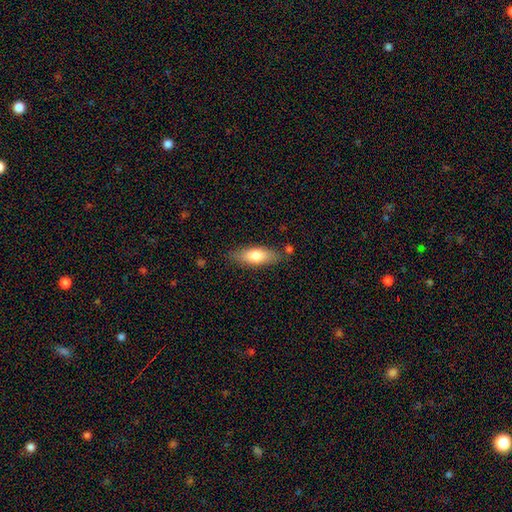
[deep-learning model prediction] smooth-or-featured: smooth: 73% | featured or disk: 21% | star or artifact: 6%
  how-rounded: in between: 67% | cigar-shaped: 30% | round: 2%
  merging: none: 79% | minor disturbance: 15% | merger: 4% | major disturbance: 3%